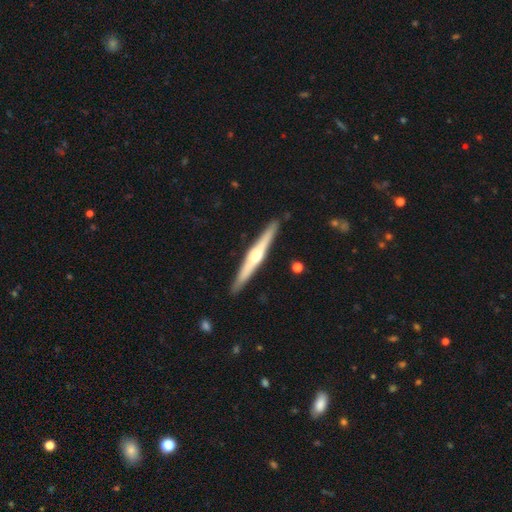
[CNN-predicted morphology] A featured or disk galaxy (74%) viewed edge-on (98%) with a rounded central bulge (87%).

Vote fractions:
- Smooth or featured? featured or disk: 74% / smooth: 22% / star or artifact: 5%
- Edge-on disk? yes: 98% / no: 2%
- Edge-on bulge? rounded: 87% / none: 7% / boxy: 6%
- Merging? none: 91% / minor disturbance: 7% / major disturbance: 1% / merger: 1%